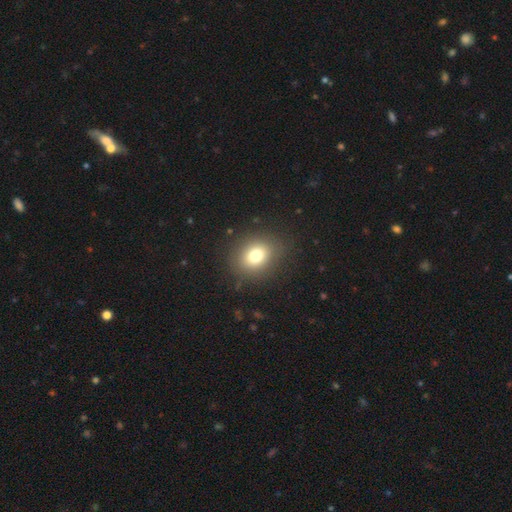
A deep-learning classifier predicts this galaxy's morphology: The model was most divided on "how rounded": round: 59%, in between: 40%, cigar-shaped: 1%. More confident: merging — none (85%); smooth or featured — smooth (77%).